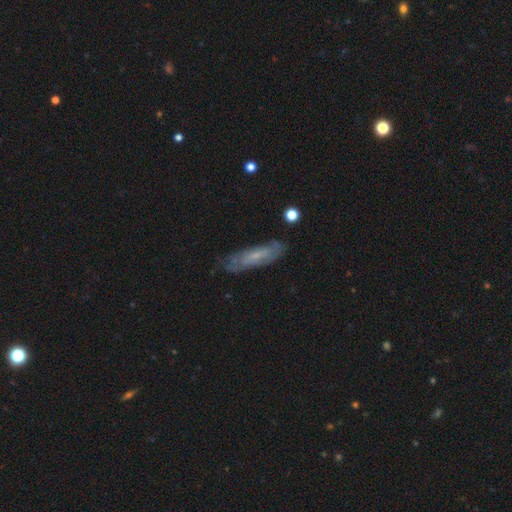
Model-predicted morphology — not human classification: A featured or disk galaxy (52%).

Vote fractions:
- Smooth or featured? featured or disk: 52% / smooth: 38% / star or artifact: 10%
- Edge-on disk? no: 62% / yes: 38%
- Merging? none: 78% / minor disturbance: 16% / major disturbance: 4% / merger: 2%